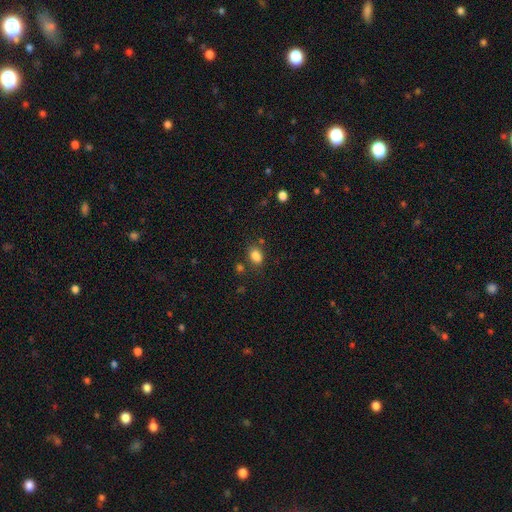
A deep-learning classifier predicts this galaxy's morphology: smooth_or_featured: smooth (p=0.84) [alt: star or artifact p=0.11]
how_rounded: in between (p=0.76) [alt: round p=0.23]
merging: none (p=0.72) [alt: minor disturbance p=0.16]